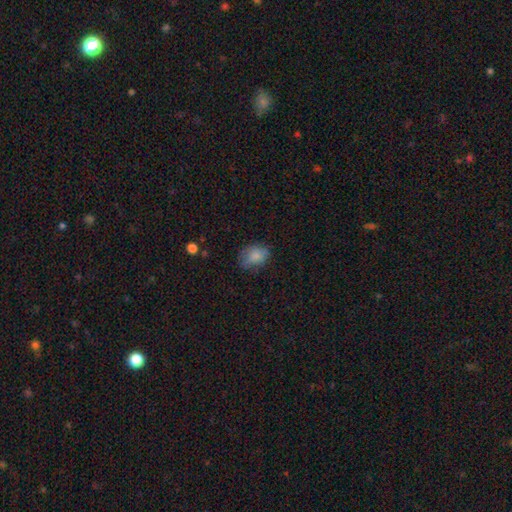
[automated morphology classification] Overall: smooth (81%). How rounded: in between (65%; round 34%). Merging: none (66%).